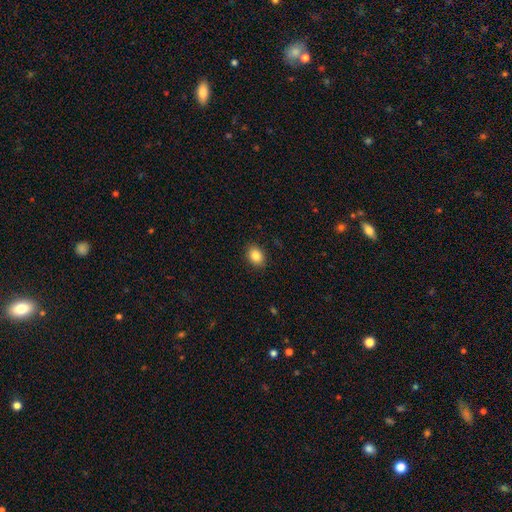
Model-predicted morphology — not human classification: A smooth galaxy with no disk features (86%) that is in between round and cigar-shaped (66%).

Vote fractions:
- Smooth or featured? smooth: 86% / star or artifact: 9% / featured or disk: 5%
- How rounded? in between: 66% / round: 33% / cigar-shaped: 1%
- Merging? none: 89% / minor disturbance: 8% / major disturbance: 2% / merger: 1%